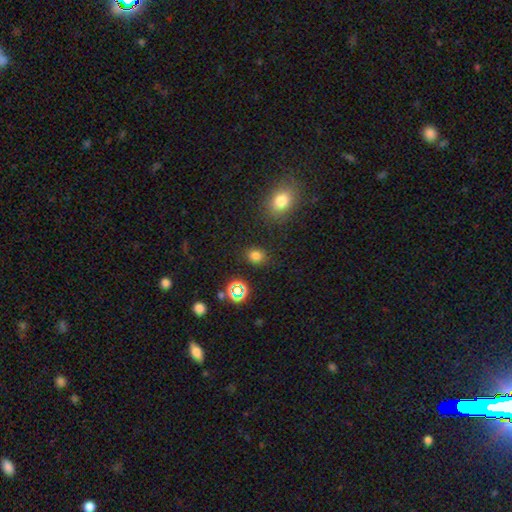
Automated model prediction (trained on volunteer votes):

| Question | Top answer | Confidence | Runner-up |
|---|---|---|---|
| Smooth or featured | smooth | 76% | star or artifact (19%) |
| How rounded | round | 59% | in between (40%) |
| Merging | none | 85% | minor disturbance (10%) |